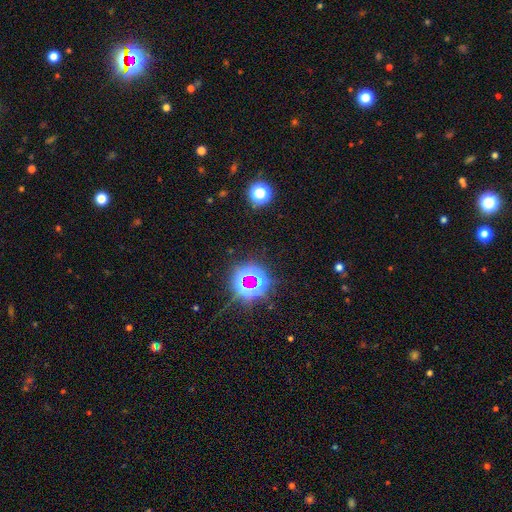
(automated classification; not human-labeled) Overall: star or artifact (81%).